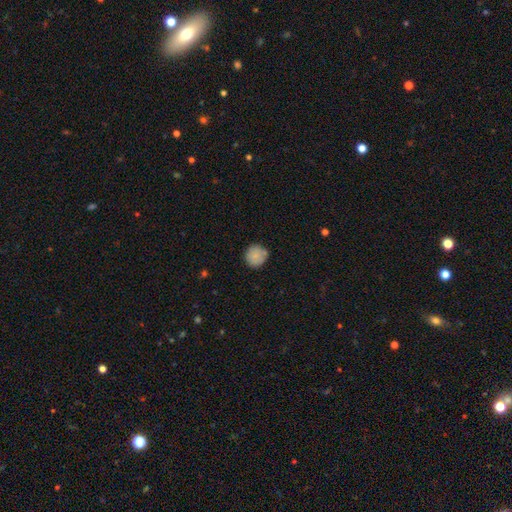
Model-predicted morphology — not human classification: smooth-or-featured: smooth: 84% | featured or disk: 8% | star or artifact: 8%
  how-rounded: round: 91% | in between: 8% | cigar-shaped: 1%
  merging: none: 79% | minor disturbance: 15% | merger: 3% | major disturbance: 3%